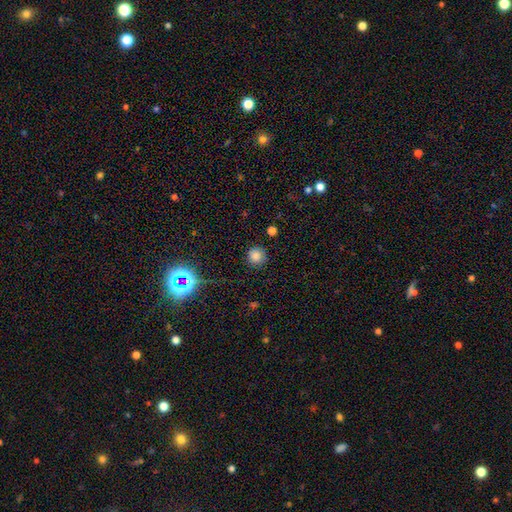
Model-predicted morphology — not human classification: Smooth or featured?
  - smooth: 79% *
  - star or artifact: 15%
  - featured or disk: 6%
How rounded?
  - round: 93% *
  - in between: 6%
  - cigar-shaped: 1%
Merging?
  - none: 86% *
  - minor disturbance: 9%
  - major disturbance: 3%
  - merger: 1%